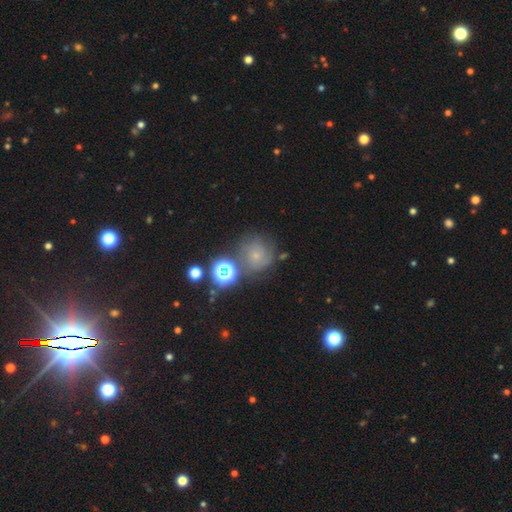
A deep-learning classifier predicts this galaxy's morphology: smooth_or_featured: featured or disk (p=0.37) [alt: smooth p=0.36]
merging: none (p=0.61) [alt: minor disturbance p=0.18]